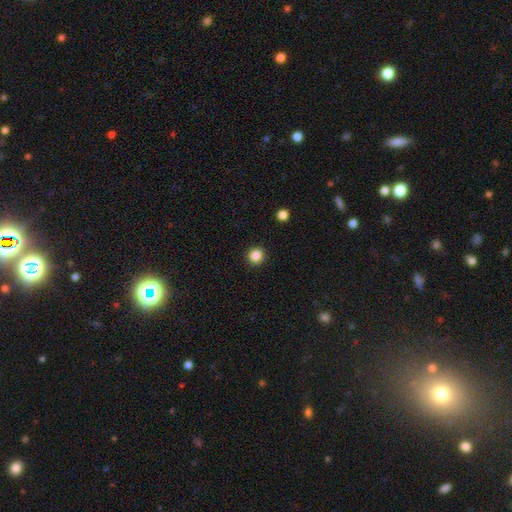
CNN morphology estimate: A smooth galaxy with no disk features (85%) that is round (94%).

Vote fractions:
- Smooth or featured? smooth: 85% / star or artifact: 11% / featured or disk: 3%
- How rounded? round: 94% / in between: 5% / cigar-shaped: 1%
- Merging? none: 93% / minor disturbance: 5% / major disturbance: 2% / merger: 1%